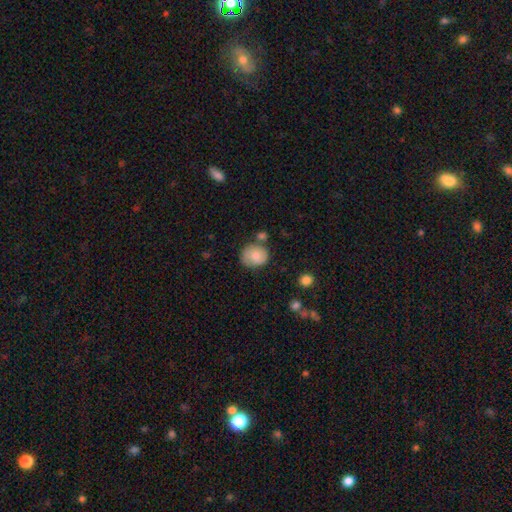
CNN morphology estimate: A smooth galaxy with no disk features (75%) that is round (70%).

Vote fractions:
- Smooth or featured? smooth: 75% / featured or disk: 18% / star or artifact: 8%
- How rounded? round: 70% / in between: 29% / cigar-shaped: 1%
- Merging? none: 62% / minor disturbance: 22% / merger: 10% / major disturbance: 6%